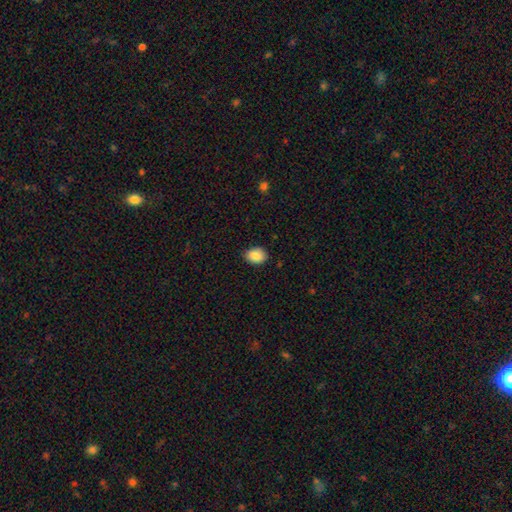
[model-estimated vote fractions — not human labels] smooth 88%, star or artifact 8%, featured or disk 4%. Down the decision tree: how rounded — in between (66%); merging — none (86%).